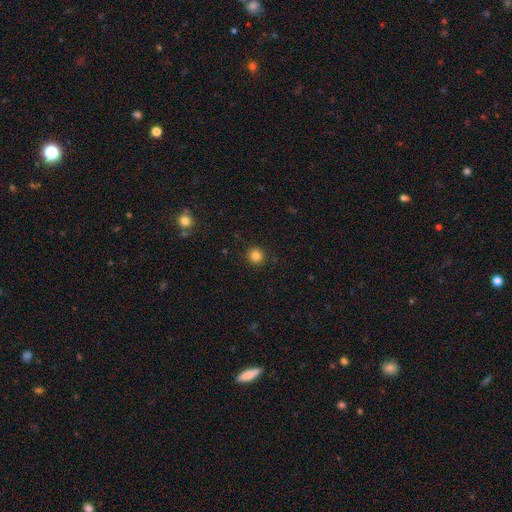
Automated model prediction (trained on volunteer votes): smooth 83%, star or artifact 12%, featured or disk 5%. Down the decision tree: how rounded — round (94%); merging — none (92%).